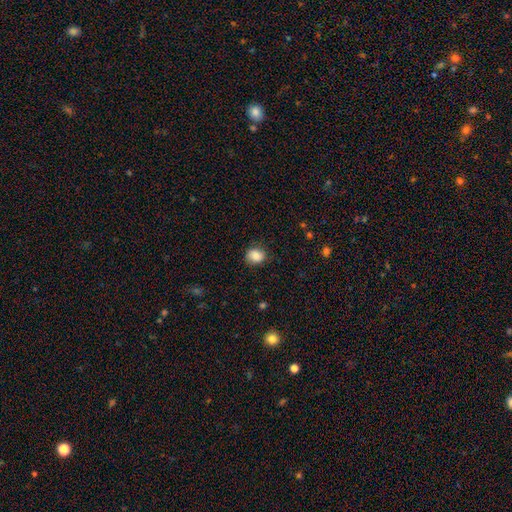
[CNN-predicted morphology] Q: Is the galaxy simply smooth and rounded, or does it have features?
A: smooth — 86%.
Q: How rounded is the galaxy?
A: round — 58%.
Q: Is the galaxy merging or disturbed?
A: none — 79%.